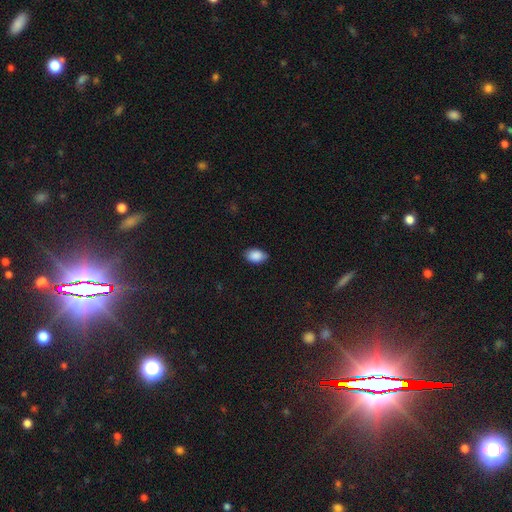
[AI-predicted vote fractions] Smooth or featured? smooth (89%)
How rounded? in between (90%)
Merging? none (81%)